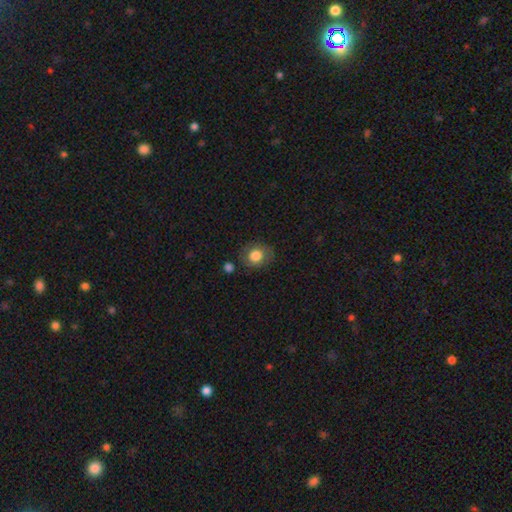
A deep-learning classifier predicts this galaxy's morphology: This appears to be a smooth galaxy with no disk features (78%) that is round (68%). Merging: none (77%).